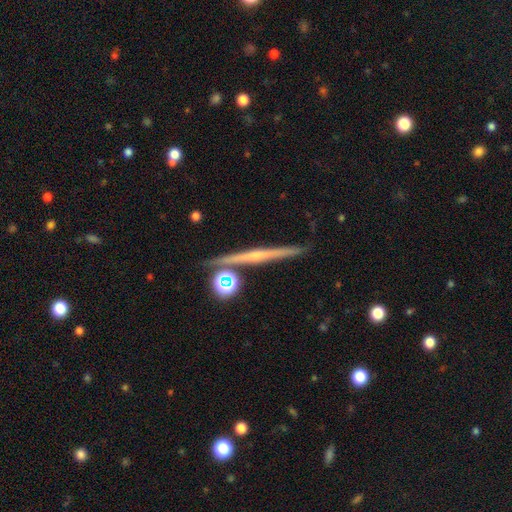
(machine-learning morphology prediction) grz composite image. It shows a featured or disk galaxy (73%) viewed edge-on (97%) with a rounded central bulge (57%). Merging: none (84%).